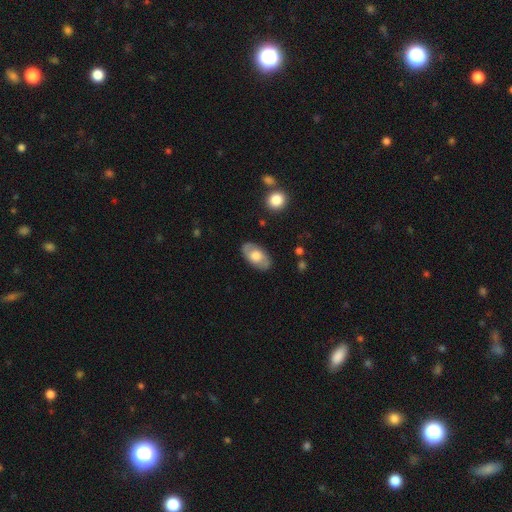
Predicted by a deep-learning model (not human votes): smooth_or_featured: smooth (p=0.49) [alt: featured or disk p=0.45]
merging: none (p=0.83) [alt: minor disturbance p=0.12]